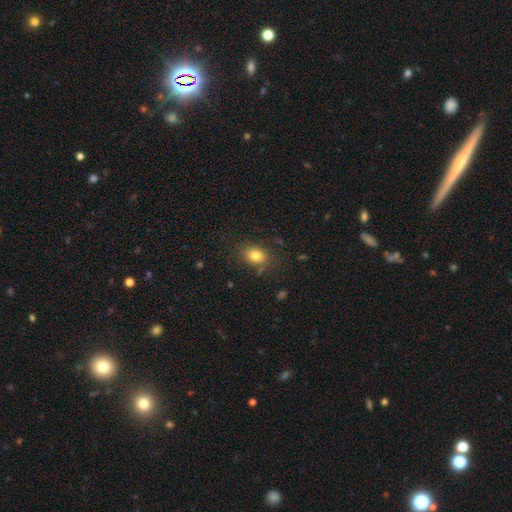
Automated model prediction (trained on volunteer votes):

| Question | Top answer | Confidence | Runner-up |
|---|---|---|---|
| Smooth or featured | smooth | 80% | star or artifact (11%) |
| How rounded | in between | 63% | round (35%) |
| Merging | none | 79% | minor disturbance (14%) |